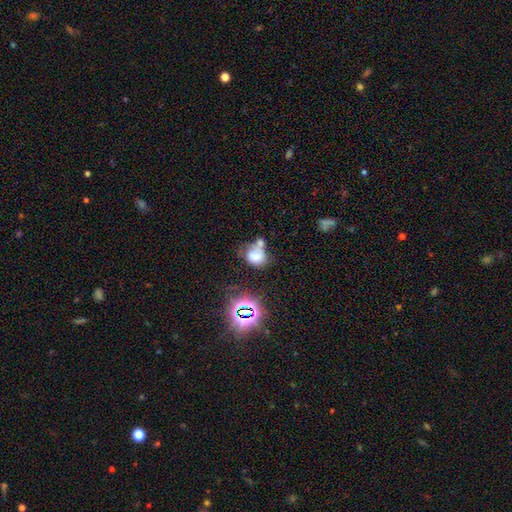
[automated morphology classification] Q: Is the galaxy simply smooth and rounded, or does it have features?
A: smooth — 62%.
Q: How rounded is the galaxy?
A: round — 57%.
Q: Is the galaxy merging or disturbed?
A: merger — 43%.